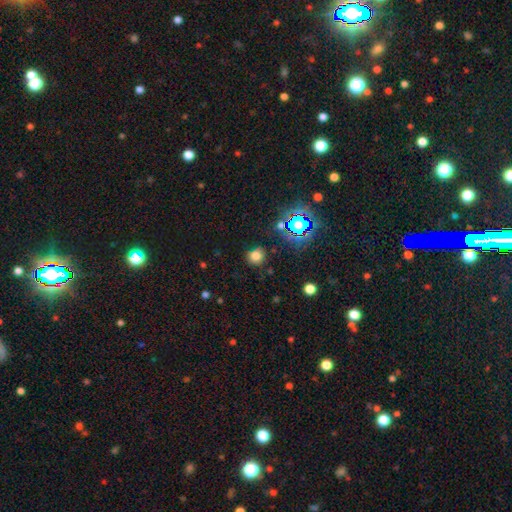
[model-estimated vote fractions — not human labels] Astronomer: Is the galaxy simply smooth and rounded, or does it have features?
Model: smooth — 73%.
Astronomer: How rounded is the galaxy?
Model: round — 86%.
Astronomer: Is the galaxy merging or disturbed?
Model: none — 83%.